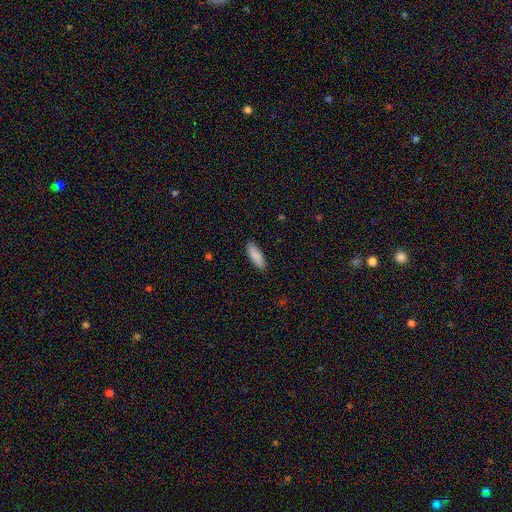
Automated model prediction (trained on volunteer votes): Overall: smooth (89%). How rounded: in between (64%; cigar-shaped 34%). Merging: none (88%).